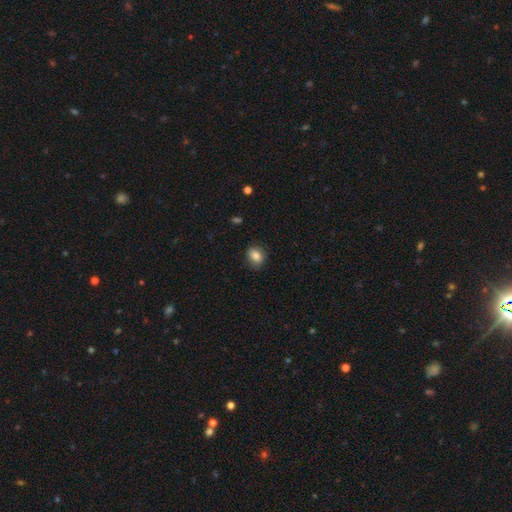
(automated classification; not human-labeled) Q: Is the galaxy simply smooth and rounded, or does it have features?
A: smooth — 84%.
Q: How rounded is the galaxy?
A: in between — 51%.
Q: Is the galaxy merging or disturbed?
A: none — 81%.